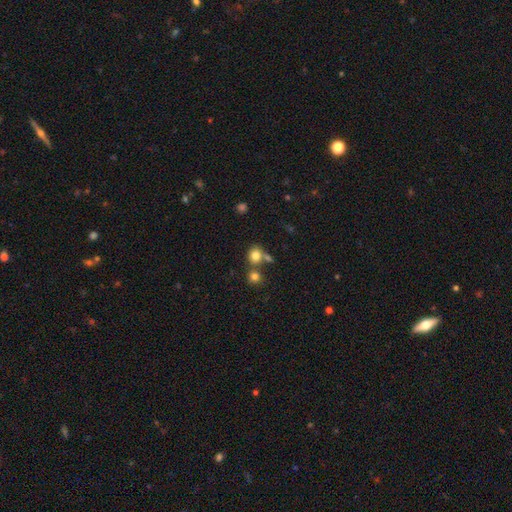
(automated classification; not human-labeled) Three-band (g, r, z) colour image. It shows a smooth galaxy with no disk features (80%) that is round (81%). Merging: none (58%).